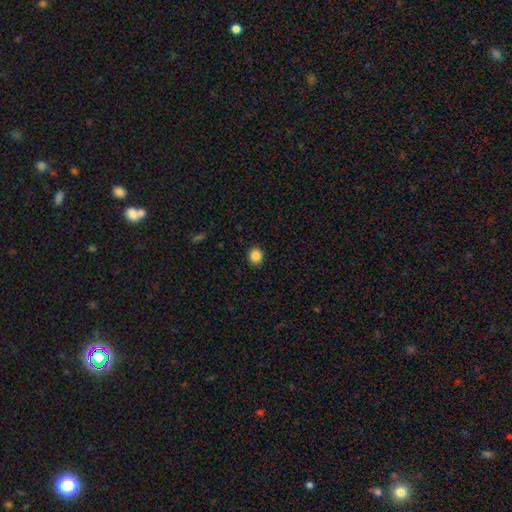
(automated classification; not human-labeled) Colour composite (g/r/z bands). It shows a smooth galaxy with no disk features (86%) that is round (76%). Merging: none (91%).